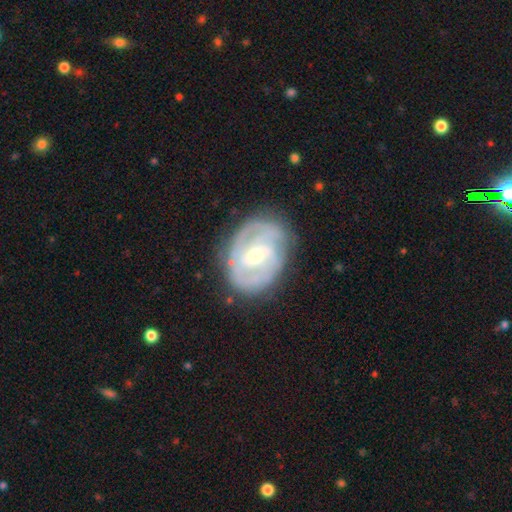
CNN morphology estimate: A featured or disk galaxy (84%) with a weak bar (51%), 2 (41%) tight (57%) spiral arms (92%) and a small central bulge (49%). Merging: none (75%).